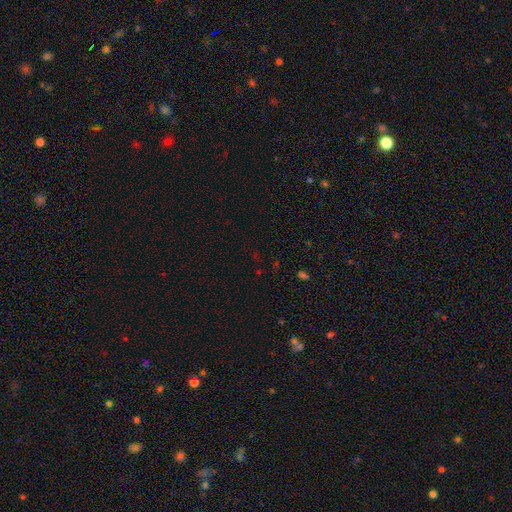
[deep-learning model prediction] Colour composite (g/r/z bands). It shows a star or artifact, not a galaxy (66%).